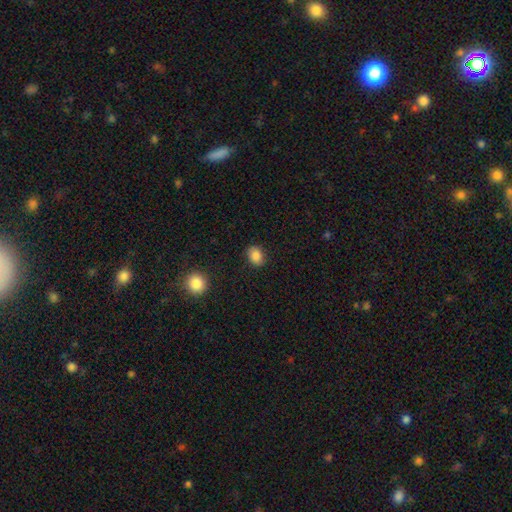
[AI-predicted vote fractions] Smooth or featured? smooth (86%)
How rounded? in between (61%)
Merging? none (87%)